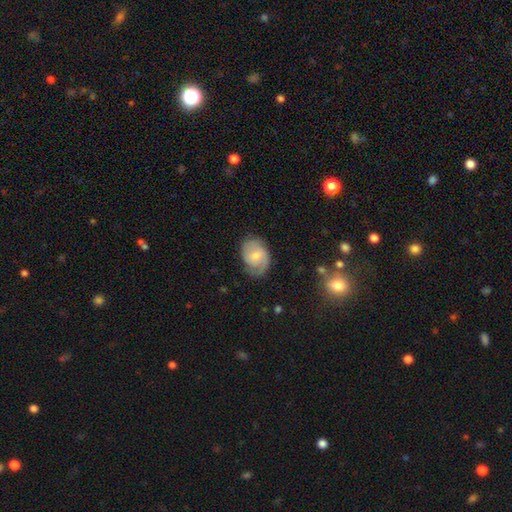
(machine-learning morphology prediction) This is likely a featured or disk galaxy (65%). It is clearly not viewed edge-on (97%). Bar: possibly weak (47%). Spiral arm pattern: clearly yes (91%). Spiral arm count: likely 2 (71%). Spiral winding: marginally medium (44%). Central bulge: possibly moderate (46%). Merging: likely none (71%).